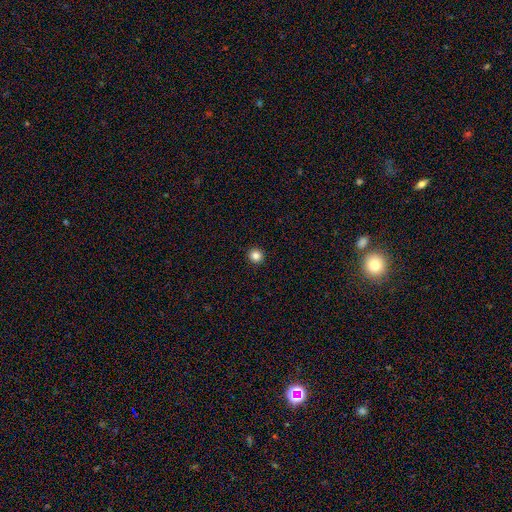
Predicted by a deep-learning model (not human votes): smooth 85%, star or artifact 11%, featured or disk 4%. Down the decision tree: how rounded — round (95%); merging — none (94%).